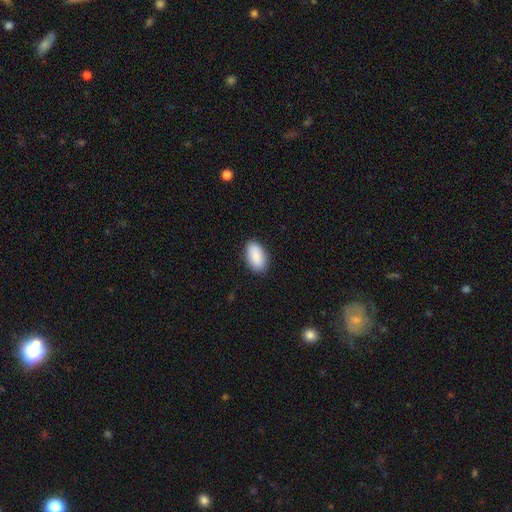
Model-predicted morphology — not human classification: smooth-or-featured: smooth: 90% | star or artifact: 6% | featured or disk: 4%
  how-rounded: in between: 94% | round: 3% | cigar-shaped: 2%
  merging: none: 87% | minor disturbance: 10% | major disturbance: 2% | merger: 1%